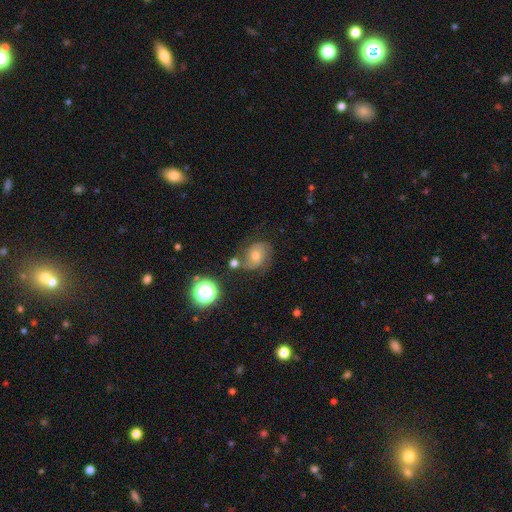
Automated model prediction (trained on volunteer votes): featured or disk 60%, smooth 25%, star or artifact 15%. Down the decision tree: edge-on disk — no (97%); bar — no (73%); spiral arms — yes (85%); bulge size — moderate (71%); merging — none (61%).